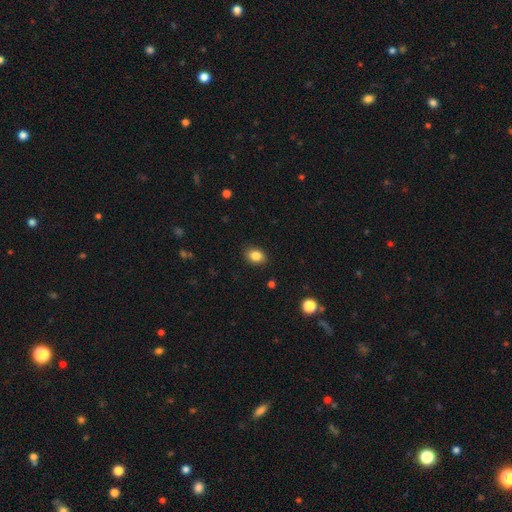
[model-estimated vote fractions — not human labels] A smooth galaxy with no disk features (86%) that is in between round and cigar-shaped (69%). Merging: none (87%).